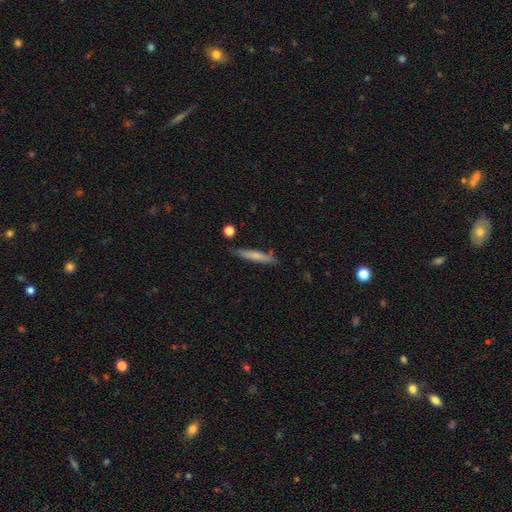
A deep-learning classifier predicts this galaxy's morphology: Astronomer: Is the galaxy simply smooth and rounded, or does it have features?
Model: smooth — 64%.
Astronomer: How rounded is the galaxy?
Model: cigar-shaped — 93%.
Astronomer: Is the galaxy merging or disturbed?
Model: none — 83%.